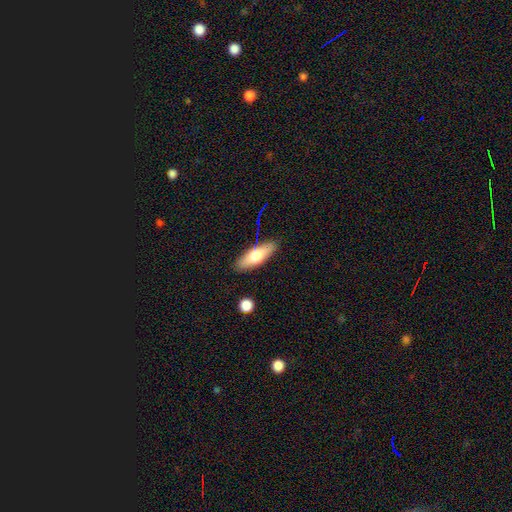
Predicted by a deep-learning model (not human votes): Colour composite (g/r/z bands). It shows a smooth galaxy with no disk features (68%) that is in between round and cigar-shaped (60%). Merging: none (86%).